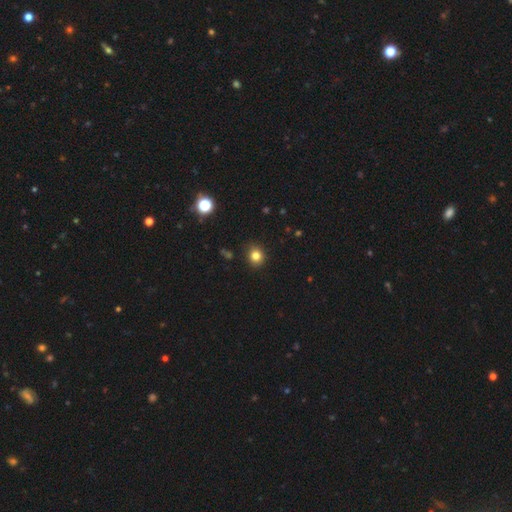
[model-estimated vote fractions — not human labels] A smooth galaxy with no disk features (81%) that is round (79%).

Vote fractions:
- Smooth or featured? smooth: 81% / star or artifact: 13% / featured or disk: 6%
- How rounded? round: 79% / in between: 20% / cigar-shaped: 1%
- Merging? none: 89% / minor disturbance: 8% / major disturbance: 2% / merger: 1%